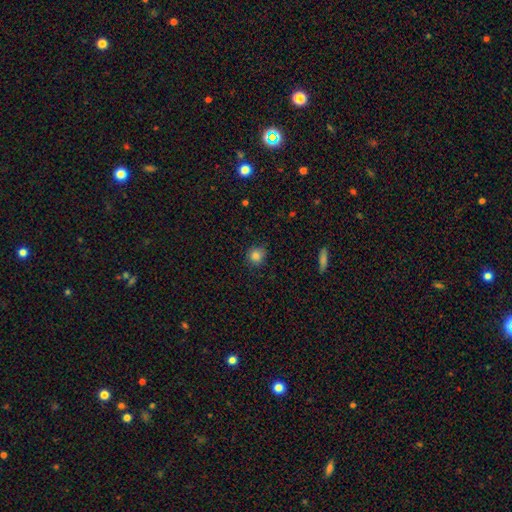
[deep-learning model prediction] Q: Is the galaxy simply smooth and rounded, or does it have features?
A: smooth — 83%.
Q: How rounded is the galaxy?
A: round — 88%.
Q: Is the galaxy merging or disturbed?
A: none — 84%.